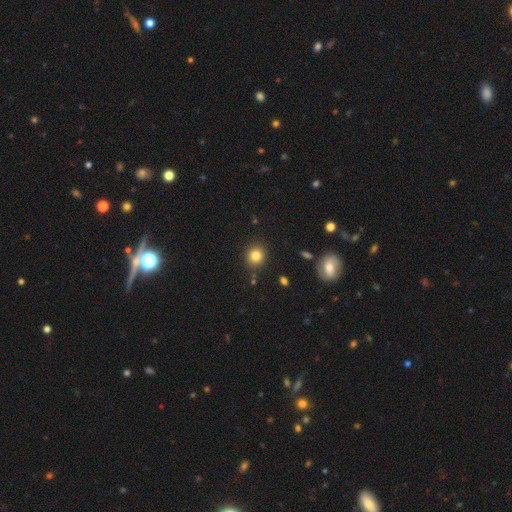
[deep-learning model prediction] Smooth or featured: smooth — 82% (star or artifact — 11%)
How rounded: round — 84% (in between — 15%)
Merging: none — 87% (minor disturbance — 8%)